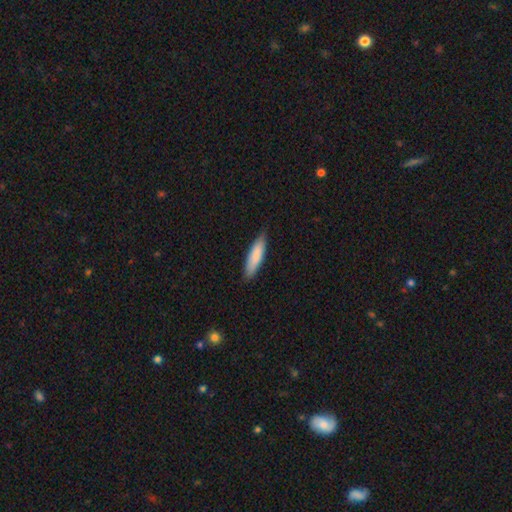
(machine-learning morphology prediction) smooth-or-featured: smooth: 83% | featured or disk: 11% | star or artifact: 5%
  how-rounded: cigar-shaped: 66% | in between: 32% | round: 1%
  merging: none: 85% | minor disturbance: 13% | major disturbance: 2% | merger: 1%